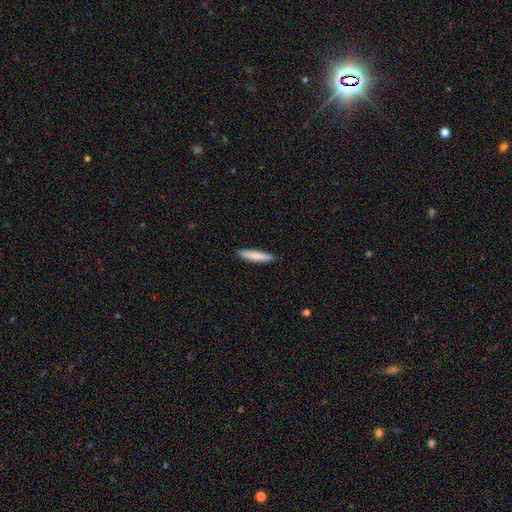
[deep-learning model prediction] Smooth or featured?
  - smooth: 82% *
  - featured or disk: 12%
  - star or artifact: 5%
How rounded?
  - cigar-shaped: 89% *
  - in between: 9%
  - round: 1%
Merging?
  - none: 89% *
  - minor disturbance: 8%
  - major disturbance: 1%
  - merger: 1%